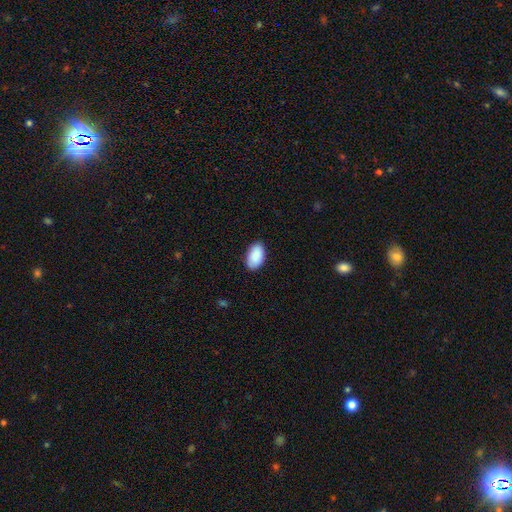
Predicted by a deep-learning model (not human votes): This is clearly a smooth galaxy (90%). How rounded: clearly in between (95%). Merging: clearly none (86%).